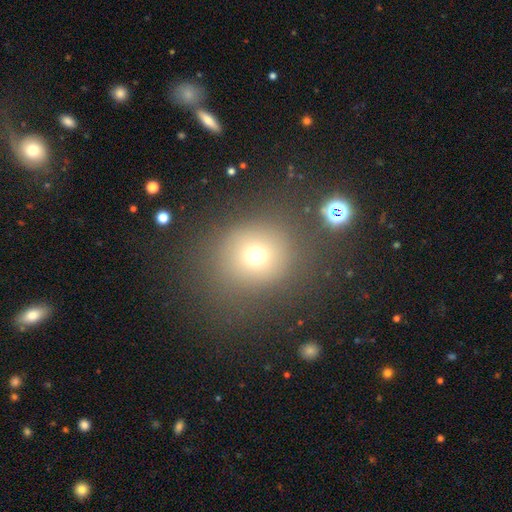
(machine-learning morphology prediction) Overall: smooth (67%). How rounded: round (84%). Merging: none (77%).